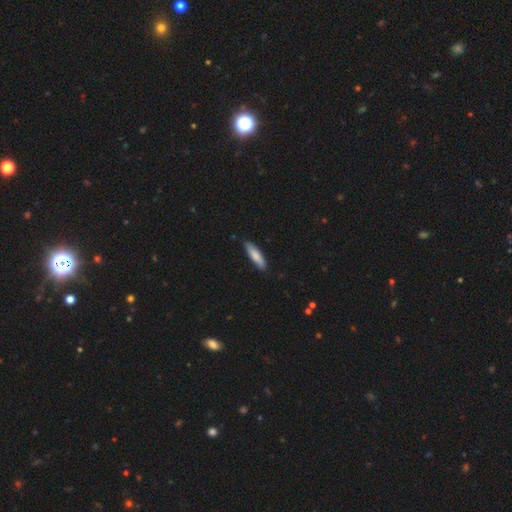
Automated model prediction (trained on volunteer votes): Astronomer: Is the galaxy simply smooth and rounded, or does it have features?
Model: smooth — 81%.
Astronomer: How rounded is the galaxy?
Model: cigar-shaped — 68%.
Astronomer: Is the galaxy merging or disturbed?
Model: none — 84%.